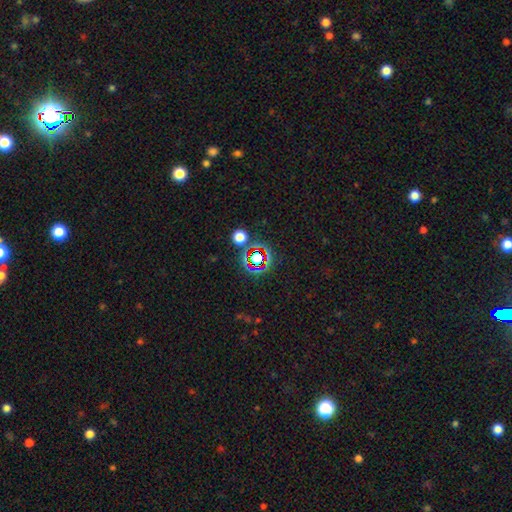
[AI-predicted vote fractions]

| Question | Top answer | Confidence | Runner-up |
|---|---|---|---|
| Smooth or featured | star or artifact | 62% | smooth (27%) |